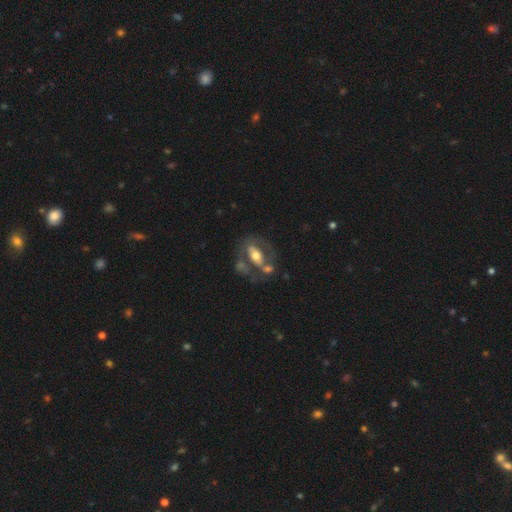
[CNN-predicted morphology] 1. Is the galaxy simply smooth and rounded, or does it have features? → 62% featured or disk, 31% smooth, 7% star or artifact.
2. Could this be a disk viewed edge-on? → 87% no, 13% yes.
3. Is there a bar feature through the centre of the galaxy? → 49% no, 28% strong, 22% weak.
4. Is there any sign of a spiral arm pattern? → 69% no, 31% yes.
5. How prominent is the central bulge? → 66% moderate, 18% large, 12% small, 2% dominant, 2% none.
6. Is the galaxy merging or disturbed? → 42% none, 27% merger, 16% minor disturbance, 15% major disturbance.